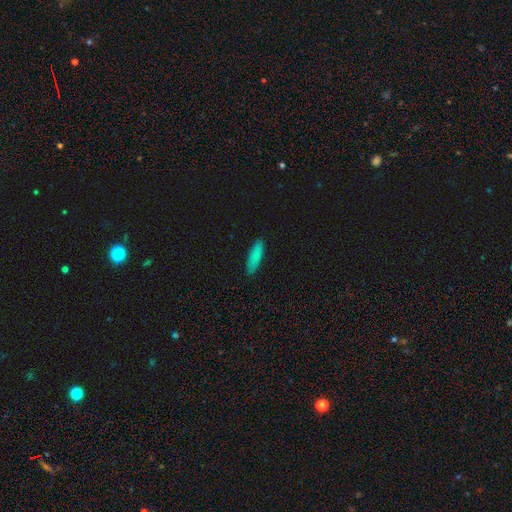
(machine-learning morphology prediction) Smooth or featured? smooth (82%)
How rounded? cigar-shaped (58%)
Merging? none (87%)